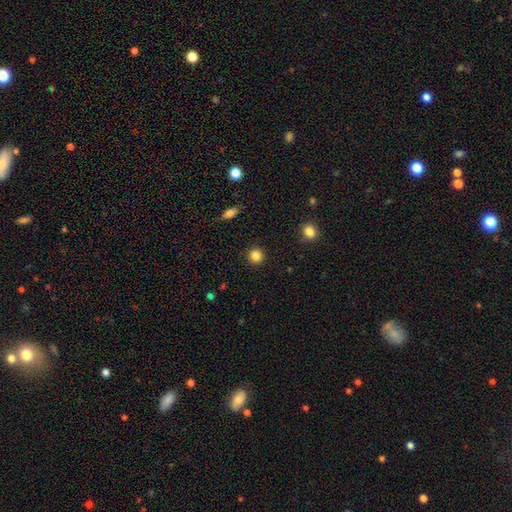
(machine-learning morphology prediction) The model was most divided on "smooth or featured": smooth: 85%, star or artifact: 11%, featured or disk: 4%. More confident: how rounded — round (93%); merging — none (92%).